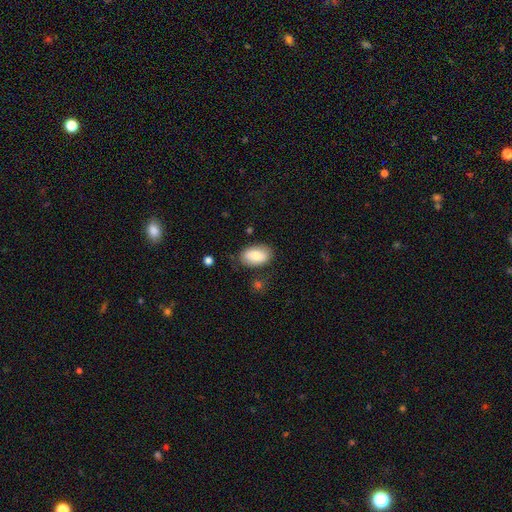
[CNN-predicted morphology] smooth 79%, featured or disk 14%, star or artifact 7%. Down the decision tree: how rounded — in between (91%); merging — none (76%).